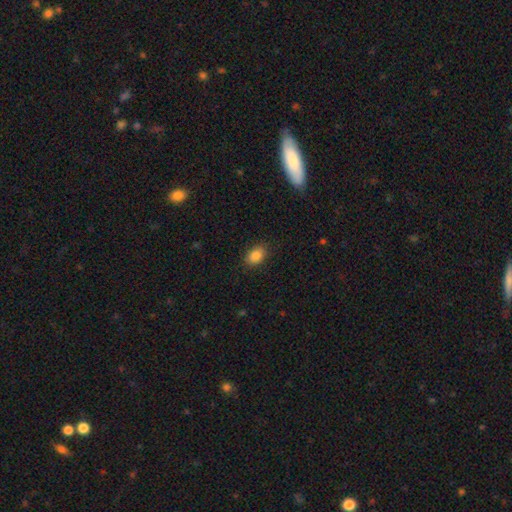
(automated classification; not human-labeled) smooth_or_featured: smooth (p=0.87) [alt: star or artifact p=0.09]
how_rounded: in between (p=0.80) [alt: round p=0.18]
merging: none (p=0.85) [alt: minor disturbance p=0.11]